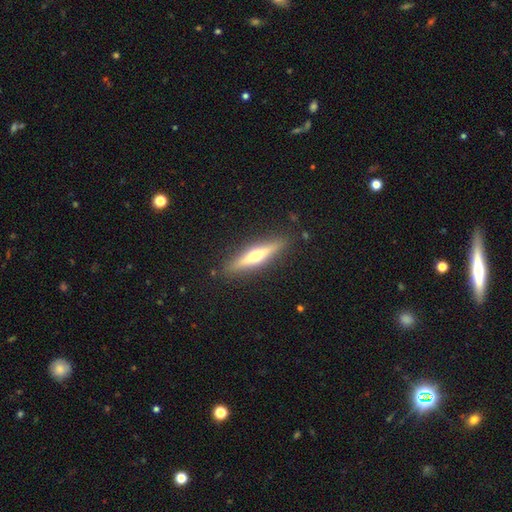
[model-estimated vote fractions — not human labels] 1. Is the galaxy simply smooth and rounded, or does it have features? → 62% featured or disk, 33% smooth, 6% star or artifact.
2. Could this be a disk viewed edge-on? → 95% yes, 5% no.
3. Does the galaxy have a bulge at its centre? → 92% rounded, 5% none, 3% boxy.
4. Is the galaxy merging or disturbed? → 89% none, 8% minor disturbance, 2% major disturbance, 1% merger.